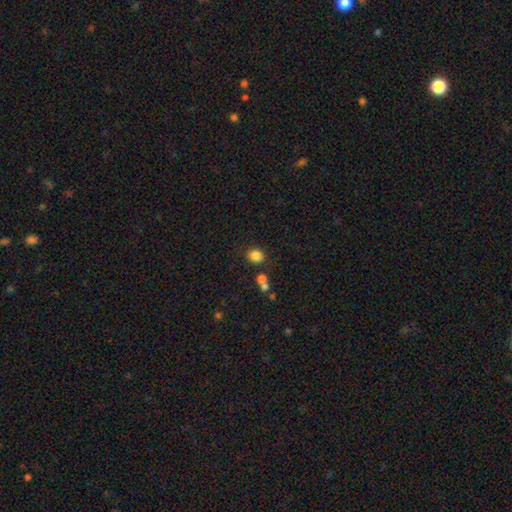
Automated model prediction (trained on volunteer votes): The model was most divided on "how rounded": round: 62%, in between: 37%, cigar-shaped: 1%. More confident: smooth or featured — smooth (84%); merging — none (79%).